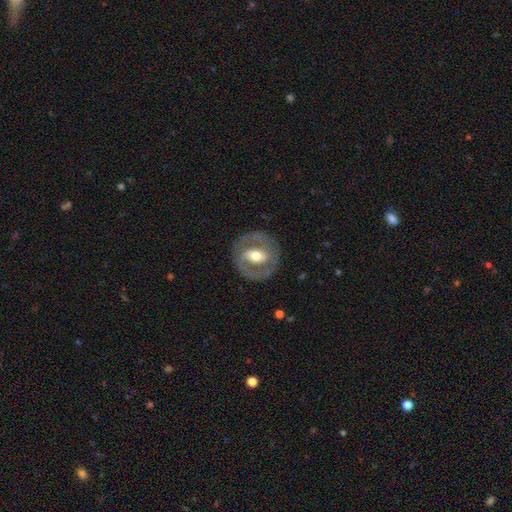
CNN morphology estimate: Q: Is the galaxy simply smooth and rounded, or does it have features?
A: featured or disk — 71%.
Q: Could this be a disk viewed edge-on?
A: no — 95%.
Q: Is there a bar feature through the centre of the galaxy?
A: weak — 38%.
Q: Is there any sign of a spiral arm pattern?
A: yes — 55%.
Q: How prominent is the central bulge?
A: moderate — 71%.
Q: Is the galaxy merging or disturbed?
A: none — 81%.